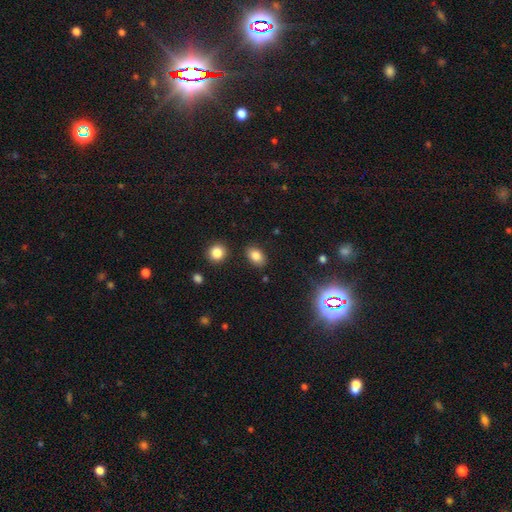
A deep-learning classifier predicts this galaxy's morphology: Overall: smooth (83%). How rounded: in between (82%). Merging: none (84%).